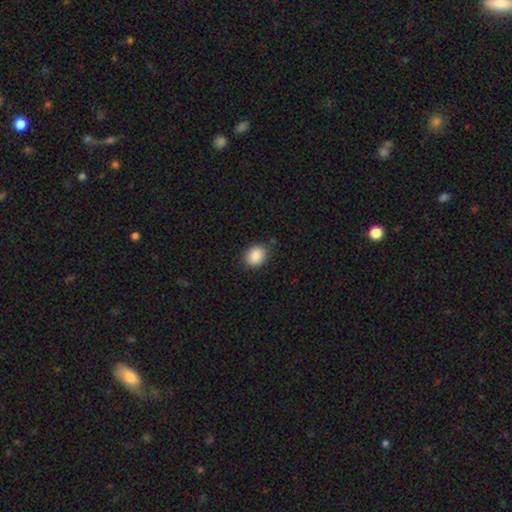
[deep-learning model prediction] smooth_or_featured: smooth (p=0.89) [alt: star or artifact p=0.08]
how_rounded: in between (p=0.55) [alt: round p=0.44]
merging: none (p=0.84) [alt: minor disturbance p=0.12]